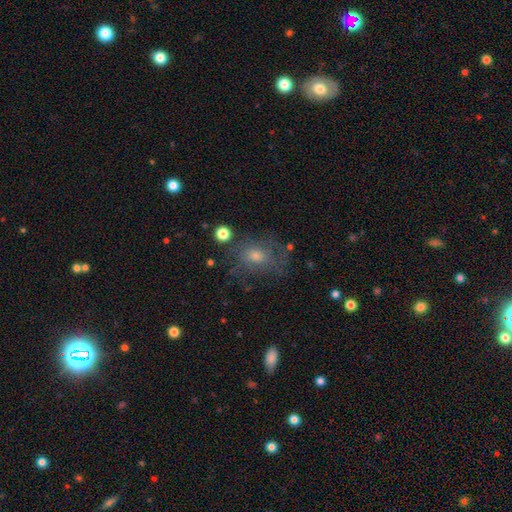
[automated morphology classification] Overall: smooth (42%; featured or disk 39%). Merging: none (65%).